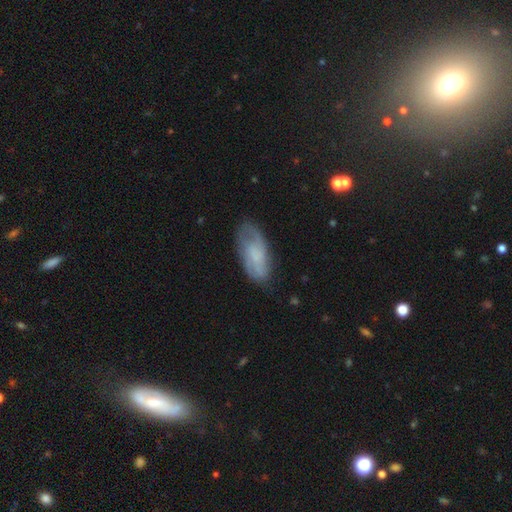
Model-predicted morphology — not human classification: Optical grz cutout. It shows a featured or disk galaxy (50%). Merging: none (69%).